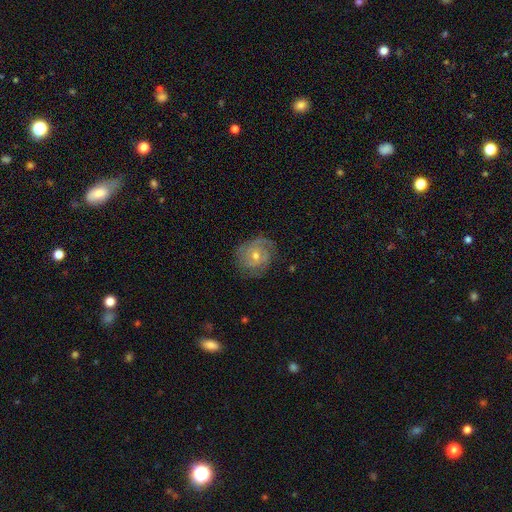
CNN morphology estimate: This is likely a featured or disk galaxy (75%). It is clearly not viewed edge-on (97%). Bar: likely no (75%). Spiral arm pattern: clearly yes (91%). Spiral arm count: marginally can't tell (32%). Spiral winding: likely tight (65%). Central bulge: possibly moderate (54%). Merging: likely none (74%).